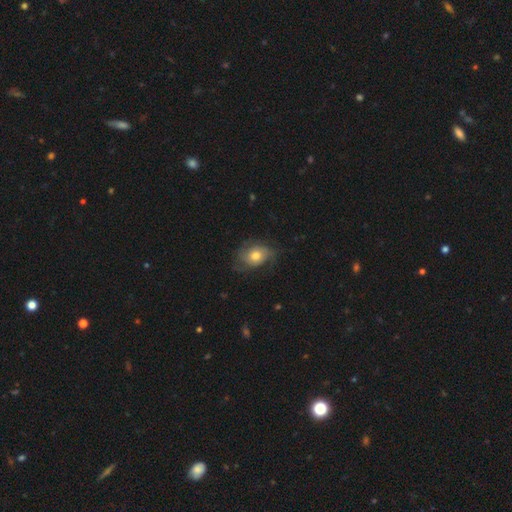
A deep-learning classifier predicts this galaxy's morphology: A smooth galaxy with no disk features (52%) that is in between round and cigar-shaped (64%).

Vote fractions:
- Smooth or featured? smooth: 52% / featured or disk: 40% / star or artifact: 8%
- How rounded? in between: 64% / round: 35% / cigar-shaped: 1%
- Merging? none: 58% / minor disturbance: 27% / major disturbance: 14% / merger: 1%